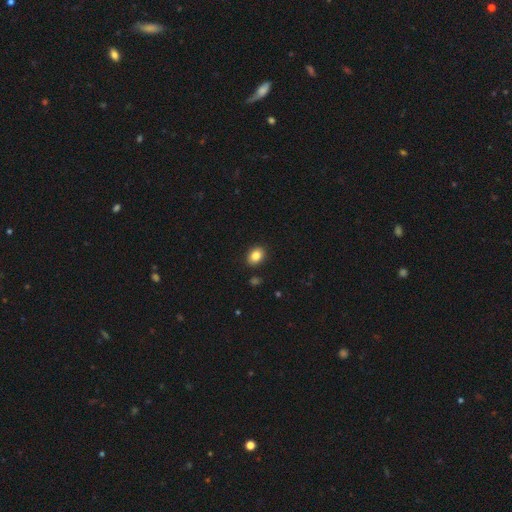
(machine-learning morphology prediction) A smooth galaxy with no disk features (84%) that is in between round and cigar-shaped (65%).

Vote fractions:
- Smooth or featured? smooth: 84% / star or artifact: 9% / featured or disk: 7%
- How rounded? in between: 65% / round: 34% / cigar-shaped: 1%
- Merging? none: 88% / minor disturbance: 8% / major disturbance: 2% / merger: 2%